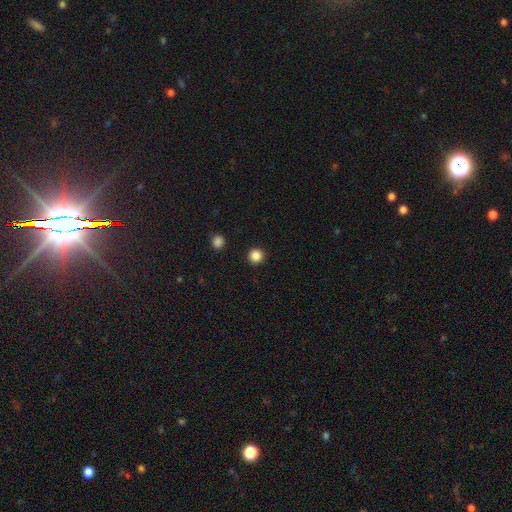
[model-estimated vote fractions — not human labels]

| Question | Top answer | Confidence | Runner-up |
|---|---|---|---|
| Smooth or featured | smooth | 86% | star or artifact (12%) |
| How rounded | round | 96% | in between (3%) |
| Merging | none | 93% | minor disturbance (4%) |